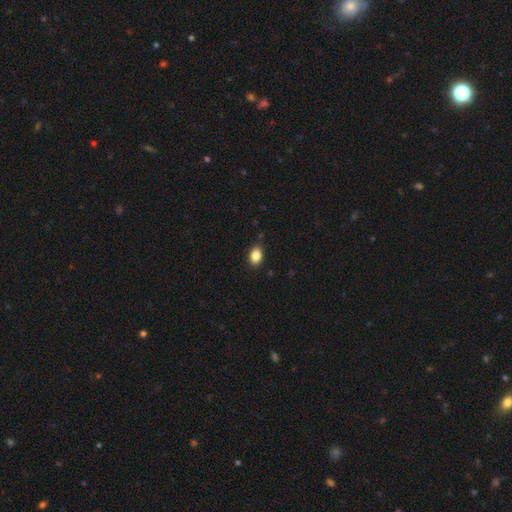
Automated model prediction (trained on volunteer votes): Smooth or featured: smooth — 85% (star or artifact — 9%)
How rounded: in between — 77% (round — 22%)
Merging: none — 85% (minor disturbance — 12%)